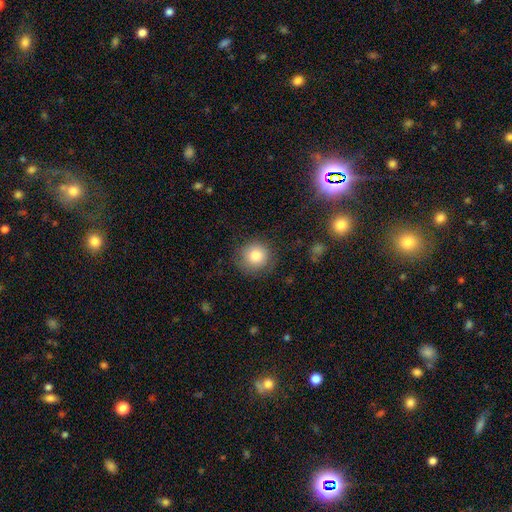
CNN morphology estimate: smooth 82%, star or artifact 10%, featured or disk 8%. Down the decision tree: how rounded — round (92%); merging — none (82%).